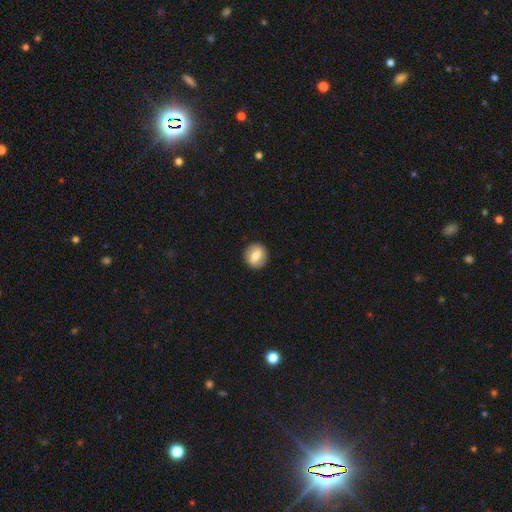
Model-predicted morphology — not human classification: smooth-or-featured: smooth: 62% | featured or disk: 30% | star or artifact: 8%
  how-rounded: round: 88% | in between: 11% | cigar-shaped: 1%
  merging: none: 91% | minor disturbance: 6% | major disturbance: 2% | merger: 1%